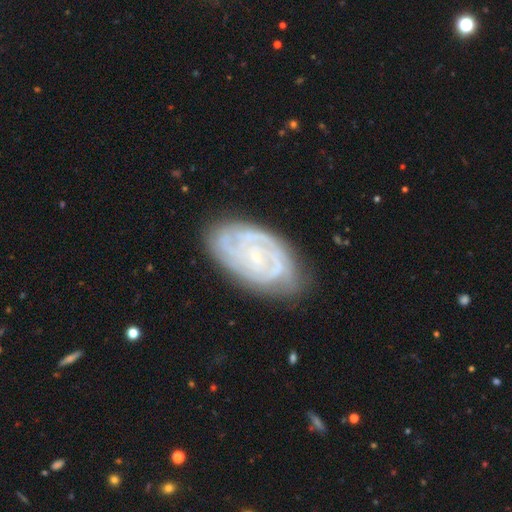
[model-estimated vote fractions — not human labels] smooth_or_featured: featured or disk (p=0.81) [alt: smooth p=0.12]
disk_edge_on: no (p=0.96) [alt: yes p=0.04]
bar: no (p=0.66) [alt: weak p=0.27]
has_spiral_arms: yes (p=0.94) [alt: no p=0.06]
spiral_winding: tight (p=0.73) [alt: medium p=0.23]
spiral_arm_count: can't tell (p=0.32) [alt: 2 p=0.27]
bulge_size: small (p=0.77) [alt: moderate p=0.13]
merging: none (p=0.73) [alt: minor disturbance p=0.19]